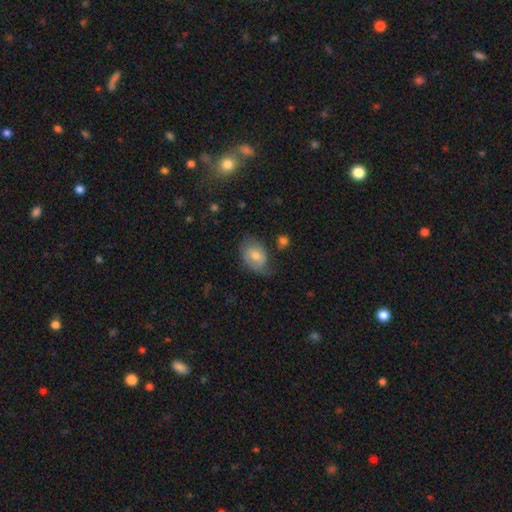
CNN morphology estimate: smooth 55%, featured or disk 36%, star or artifact 9%. Down the decision tree: how rounded — in between (76%); merging — none (51%).